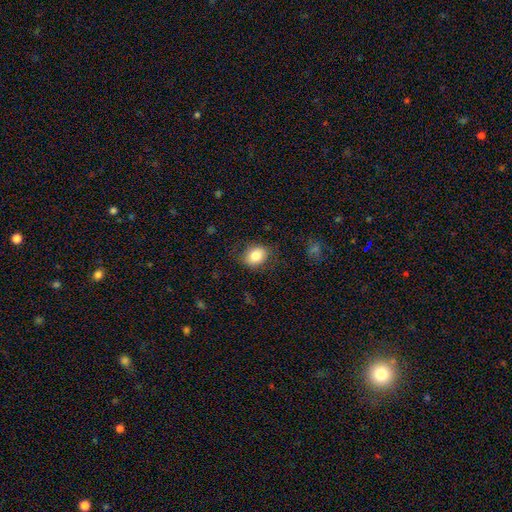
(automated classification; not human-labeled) A smooth galaxy with no disk features (82%) that is in between round and cigar-shaped (61%). Merging: none (78%).